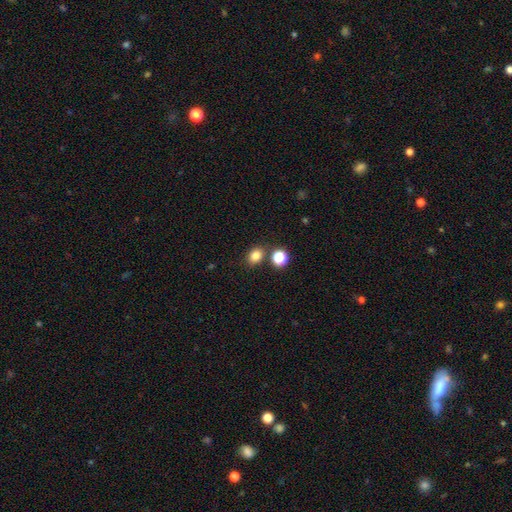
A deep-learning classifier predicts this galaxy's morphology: Smooth or featured: smooth — 81% (star or artifact — 13%)
How rounded: in between — 52% (round — 47%)
Merging: none — 78% (merger — 10%)